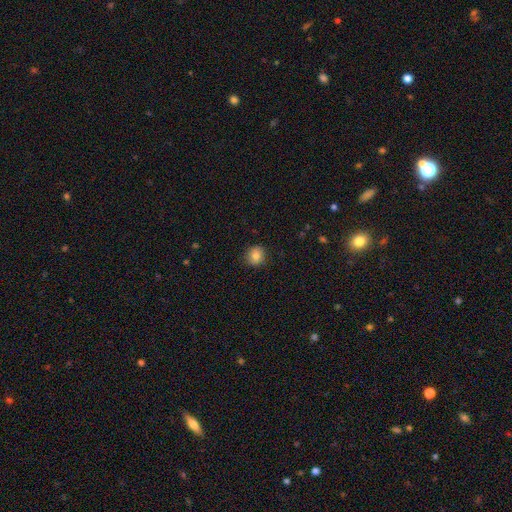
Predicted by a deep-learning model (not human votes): Smooth or featured? smooth (80%)
How rounded? round (82%)
Merging? none (87%)